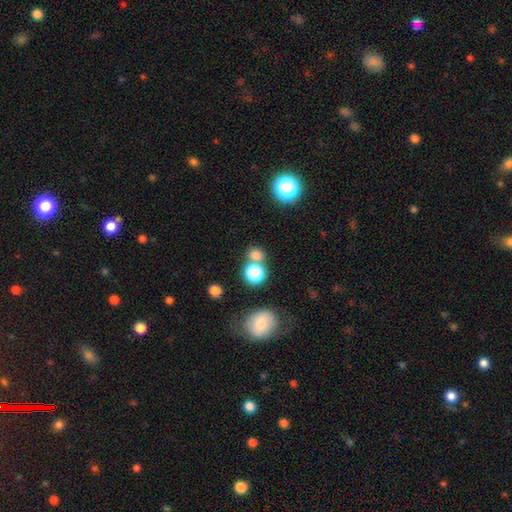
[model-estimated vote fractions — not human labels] Overall: smooth (76%). How rounded: round (77%). Merging: none (54%; merger 35%).